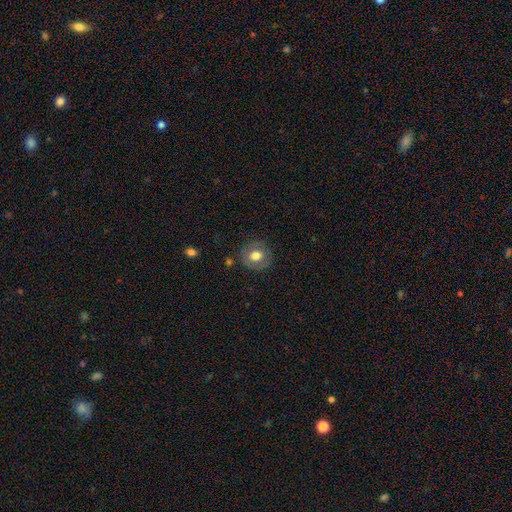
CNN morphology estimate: A smooth galaxy with no disk features (65%) that is round (80%).

Vote fractions:
- Smooth or featured? smooth: 65% / featured or disk: 27% / star or artifact: 8%
- How rounded? round: 80% / in between: 19% / cigar-shaped: 1%
- Merging? none: 82% / minor disturbance: 12% / major disturbance: 4% / merger: 2%